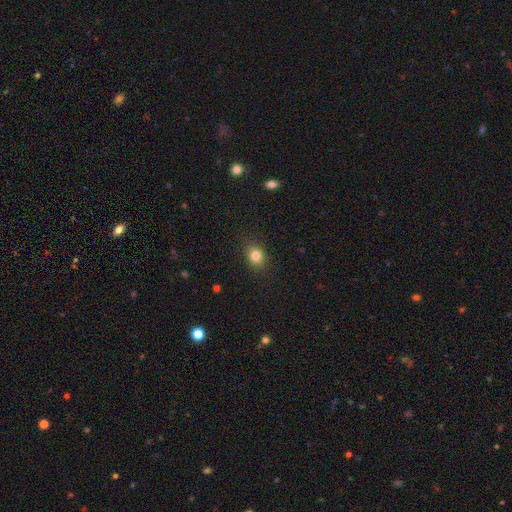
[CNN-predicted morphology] This appears to be a smooth galaxy with no disk features (82%) that is round (53%). Merging: none (86%).